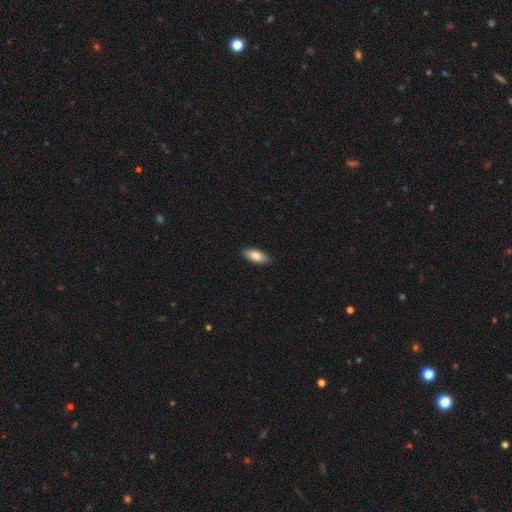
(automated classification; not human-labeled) Smooth or featured?
  - smooth: 82% *
  - featured or disk: 12%
  - star or artifact: 6%
How rounded?
  - in between: 83% *
  - cigar-shaped: 15%
  - round: 2%
Merging?
  - none: 89% *
  - minor disturbance: 8%
  - major disturbance: 2%
  - merger: 1%